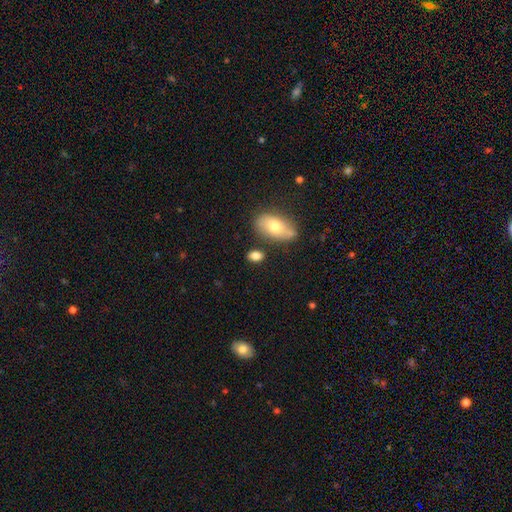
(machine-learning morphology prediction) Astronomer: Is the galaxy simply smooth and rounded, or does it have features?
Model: smooth — 83%.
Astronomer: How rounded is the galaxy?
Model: in between — 82%.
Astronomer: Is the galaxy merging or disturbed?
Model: none — 74%.